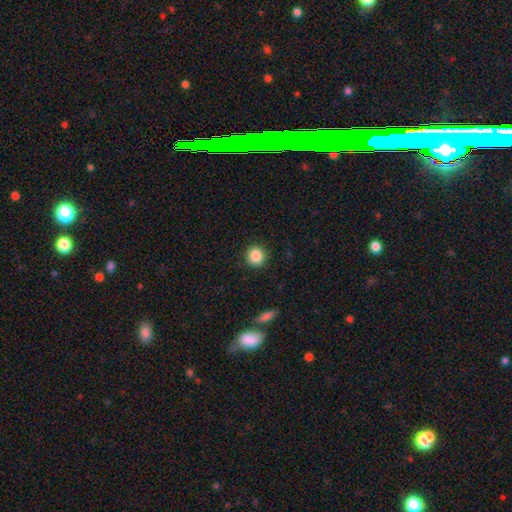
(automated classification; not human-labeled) A smooth galaxy with no disk features (87%) that is round (89%). Merging: none (90%).